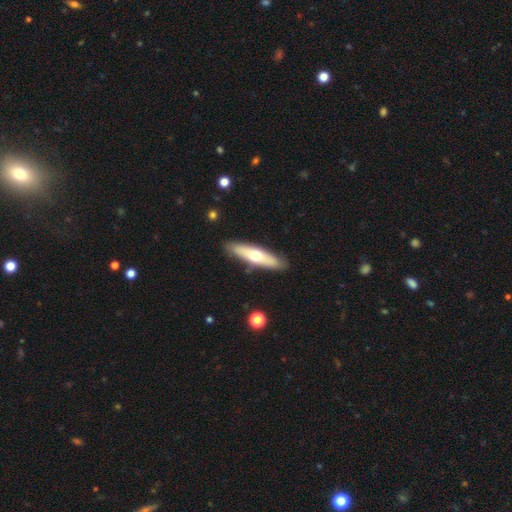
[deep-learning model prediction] Morphology: type=smooth (52%); roundness=cigar-shaped (70%); merging=none (87%).